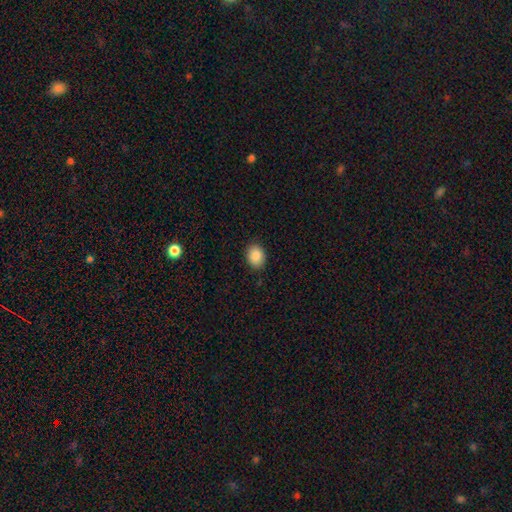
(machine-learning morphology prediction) smooth 87%, star or artifact 8%, featured or disk 5%. Down the decision tree: how rounded — in between (59%); merging — none (88%).